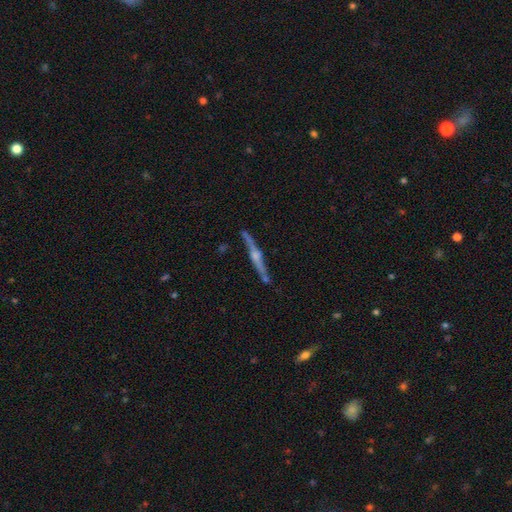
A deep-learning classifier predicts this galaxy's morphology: Smooth or featured? featured or disk (80%)
Edge-on disk? yes (96%)
Edge-on bulge? rounded (82%)
Merging? none (79%)